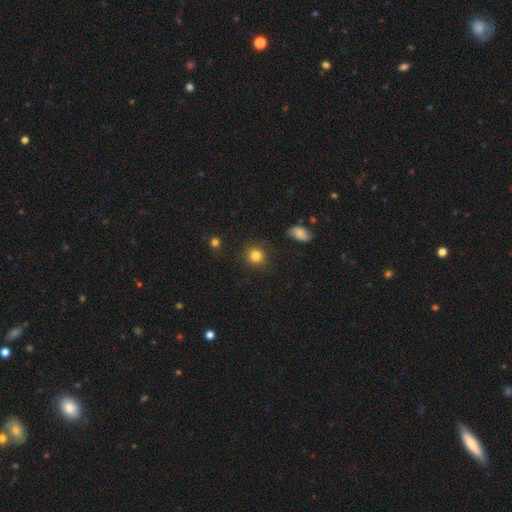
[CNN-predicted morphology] type=smooth (83%); roundness=round (86%); merging=none (86%).